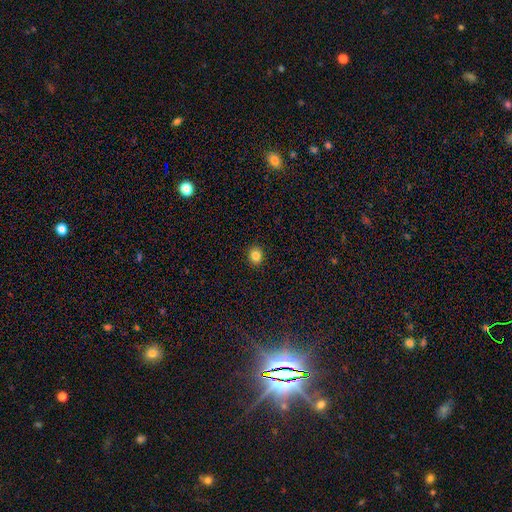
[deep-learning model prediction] Q: Smooth or featured?
A: smooth (84%); runner-up: star or artifact (11%)
Q: How rounded?
A: round (73%); runner-up: in between (27%)
Q: Merging?
A: none (92%); runner-up: minor disturbance (6%)